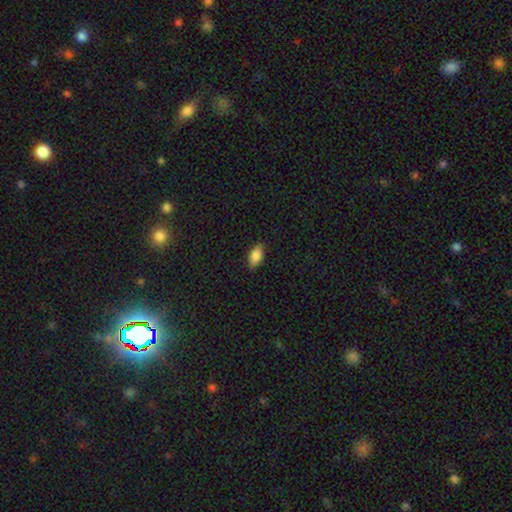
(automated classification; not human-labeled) smooth_or_featured: smooth (p=0.85) [alt: star or artifact p=0.08]
how_rounded: in between (p=0.90) [alt: cigar-shaped p=0.07]
merging: none (p=0.86) [alt: minor disturbance p=0.11]